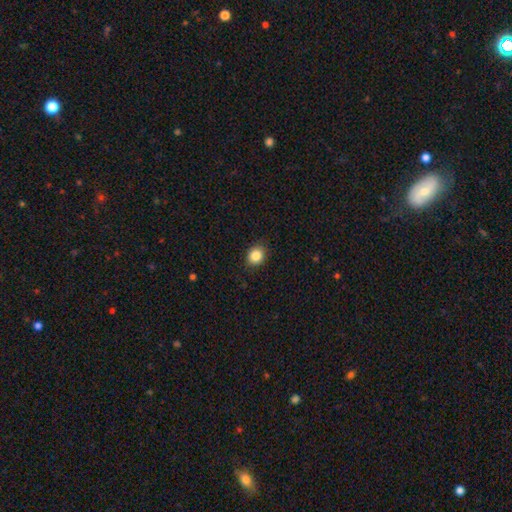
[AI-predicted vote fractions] The model was most divided on "how rounded": round: 68%, in between: 31%, cigar-shaped: 1%. More confident: merging — none (86%); smooth or featured — smooth (86%).